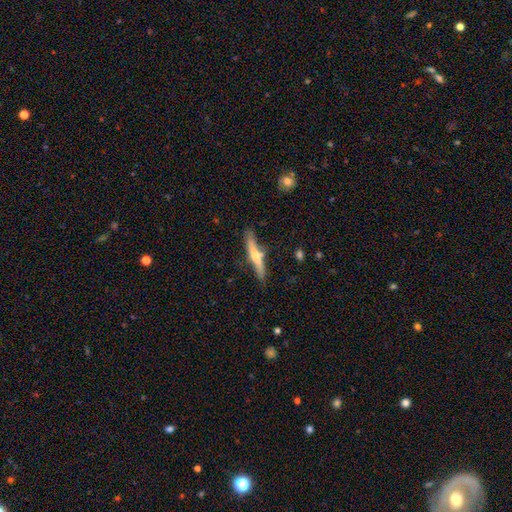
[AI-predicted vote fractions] smooth_or_featured: featured or disk (p=0.49) [alt: smooth p=0.46]
merging: none (p=0.70) [alt: minor disturbance p=0.20]